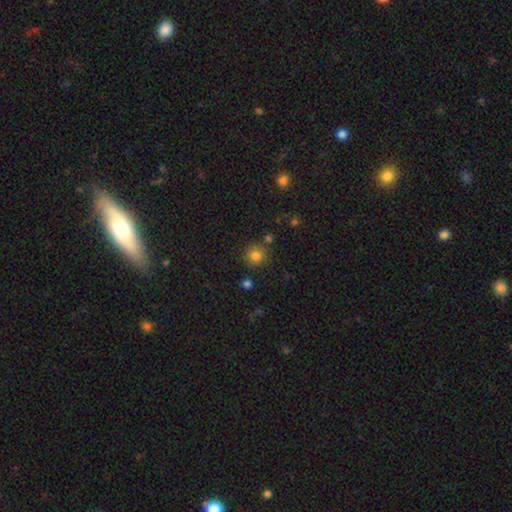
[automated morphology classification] smooth_or_featured: smooth (p=0.82) [alt: star or artifact p=0.13]
how_rounded: round (p=0.92) [alt: in between p=0.07]
merging: none (p=0.80) [alt: minor disturbance p=0.09]